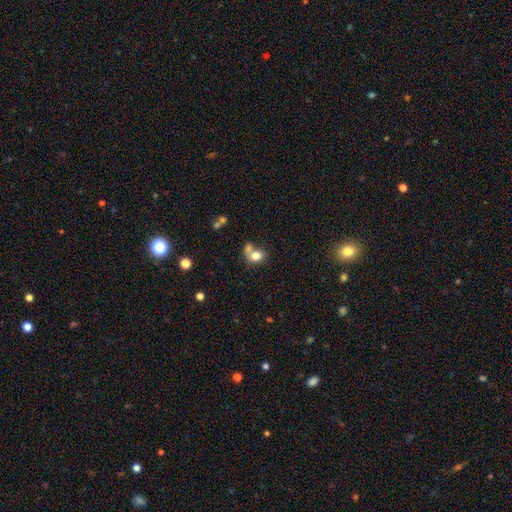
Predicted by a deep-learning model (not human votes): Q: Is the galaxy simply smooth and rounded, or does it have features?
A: smooth — 76%.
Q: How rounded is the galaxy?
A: in between — 50%.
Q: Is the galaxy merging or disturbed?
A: merger — 48%.